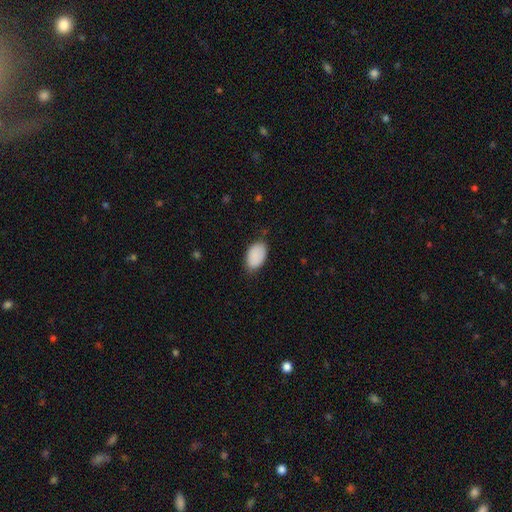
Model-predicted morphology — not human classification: Smooth or featured?
  - smooth: 89% *
  - star or artifact: 7%
  - featured or disk: 4%
How rounded?
  - in between: 93% *
  - round: 6%
  - cigar-shaped: 1%
Merging?
  - none: 74% *
  - minor disturbance: 21%
  - major disturbance: 4%
  - merger: 1%